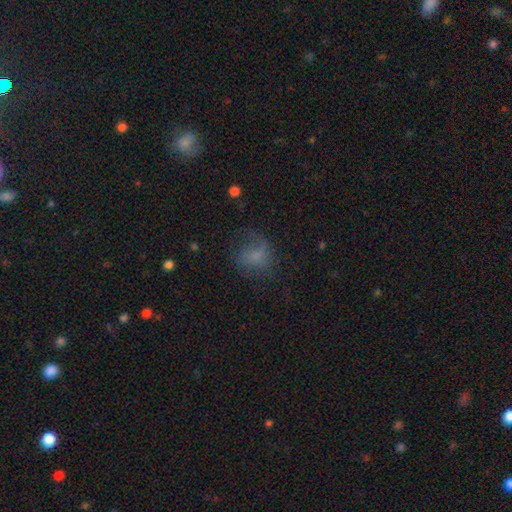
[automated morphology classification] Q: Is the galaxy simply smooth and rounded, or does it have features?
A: smooth — 61%.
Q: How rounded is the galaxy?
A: round — 53%.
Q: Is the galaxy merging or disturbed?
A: none — 48%.